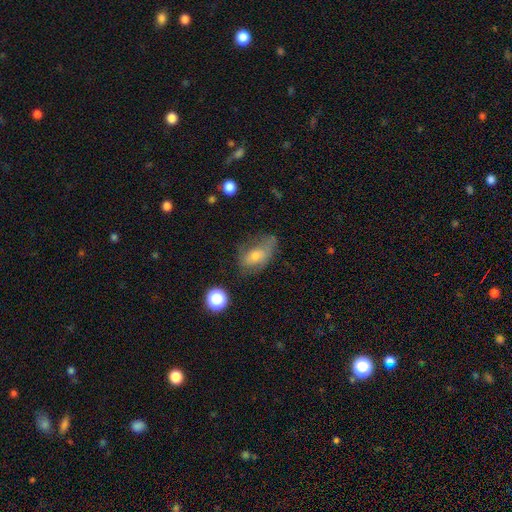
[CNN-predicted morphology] A smooth galaxy with no disk features (57%) that is in between round and cigar-shaped (85%).

Vote fractions:
- Smooth or featured? smooth: 57% / featured or disk: 32% / star or artifact: 10%
- How rounded? in between: 85% / round: 11% / cigar-shaped: 4%
- Merging? none: 39% / minor disturbance: 32% / major disturbance: 26% / merger: 3%